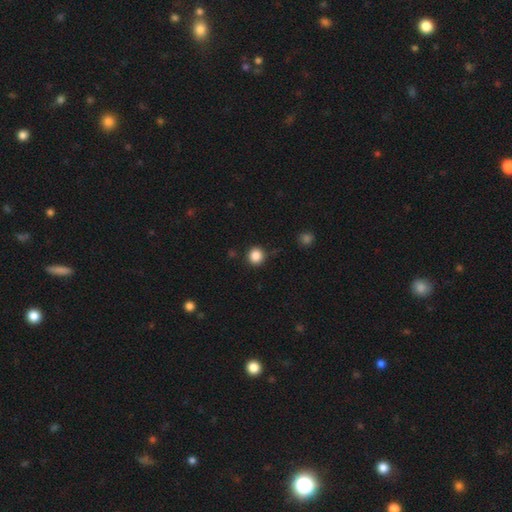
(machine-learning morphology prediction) Smooth or featured: smooth — 86% (star or artifact — 11%)
How rounded: round — 91% (in between — 8%)
Merging: none — 88% (minor disturbance — 7%)